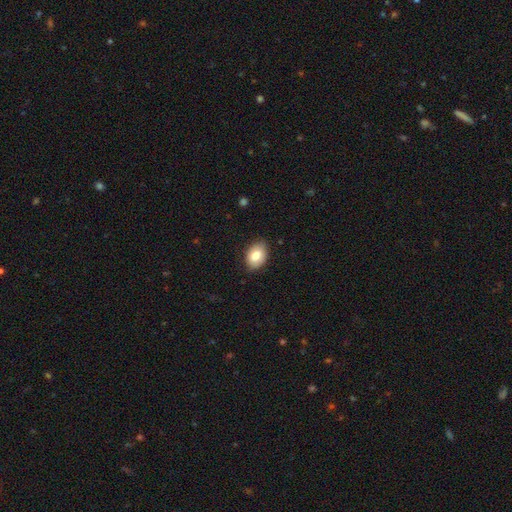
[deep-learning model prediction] smooth_or_featured: smooth (p=0.81) [alt: featured or disk p=0.11]
how_rounded: in between (p=0.78) [alt: round p=0.21]
merging: none (p=0.81) [alt: minor disturbance p=0.16]